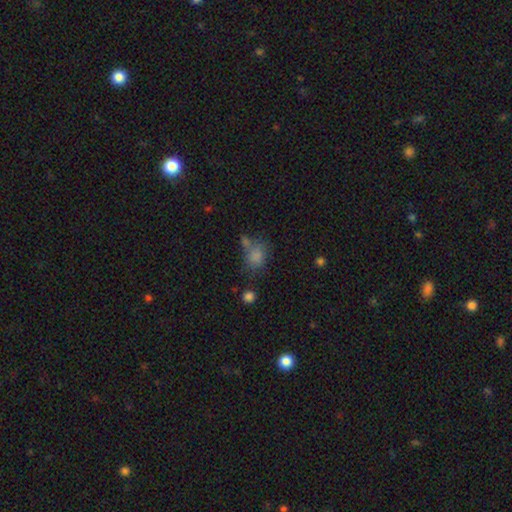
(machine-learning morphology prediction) Smooth or featured? smooth (76%)
How rounded? in between (54%)
Merging? none (45%)